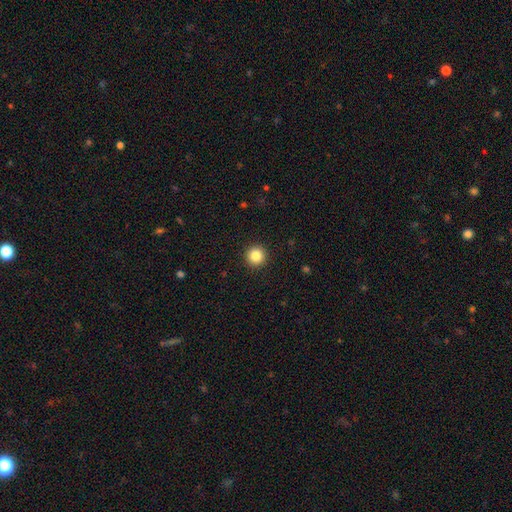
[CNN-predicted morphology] This is clearly a smooth galaxy (85%). How rounded: clearly round (96%). Merging: clearly none (94%).